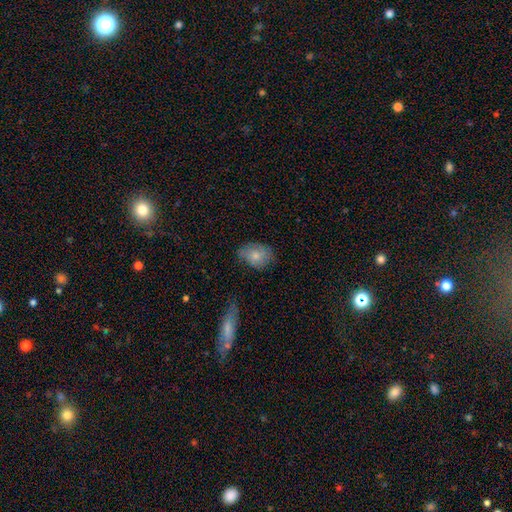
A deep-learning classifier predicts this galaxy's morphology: smooth 75%, featured or disk 18%, star or artifact 7%. Down the decision tree: how rounded — in between (72%); merging — none (60%).